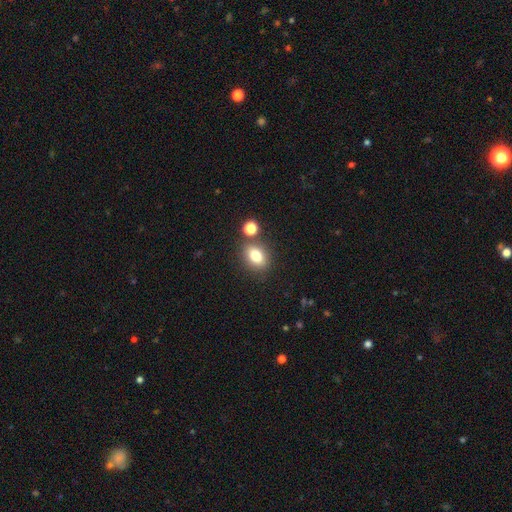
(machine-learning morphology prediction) smooth_or_featured: smooth (p=0.80) [alt: star or artifact p=0.11]
how_rounded: in between (p=0.68) [alt: round p=0.31]
merging: none (p=0.72) [alt: merger p=0.13]